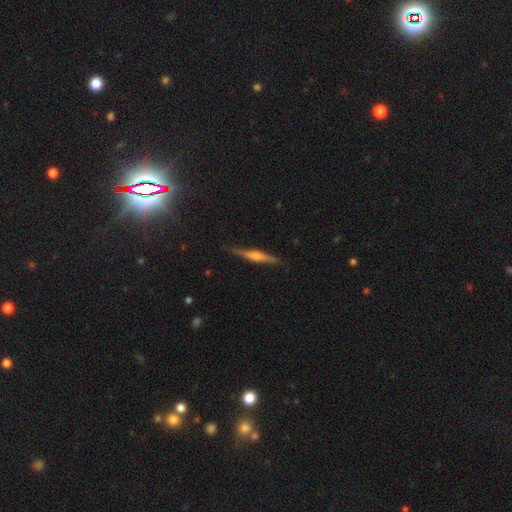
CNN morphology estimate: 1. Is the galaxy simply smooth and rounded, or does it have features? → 74% featured or disk, 19% smooth, 6% star or artifact.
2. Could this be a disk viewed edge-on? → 97% yes, 3% no.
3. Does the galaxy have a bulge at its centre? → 75% rounded, 17% boxy, 8% none.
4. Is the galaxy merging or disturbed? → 85% none, 11% minor disturbance, 2% major disturbance, 1% merger.